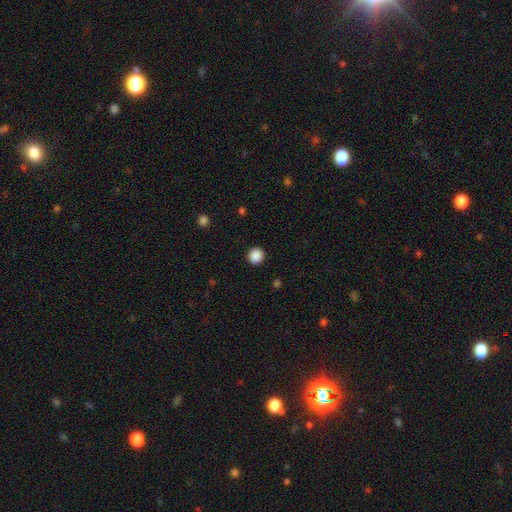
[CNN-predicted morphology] Overall: smooth (88%). How rounded: round (93%). Merging: none (92%).